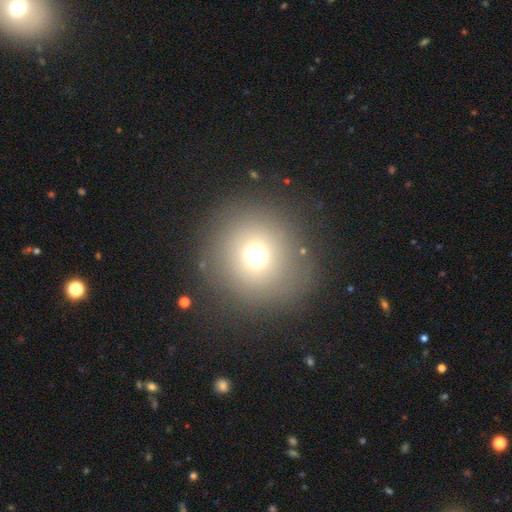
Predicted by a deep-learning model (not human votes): The model was most divided on "smooth or featured": smooth: 69%, star or artifact: 20%, featured or disk: 11%. More confident: how rounded — round (94%); merging — none (86%).